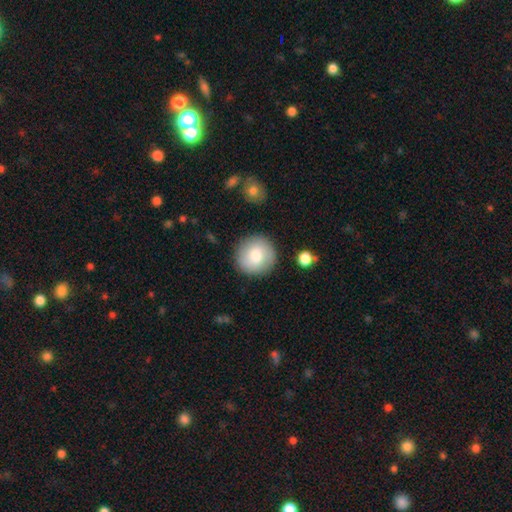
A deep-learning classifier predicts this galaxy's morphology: type=smooth (78%); roundness=round (95%); merging=none (88%).